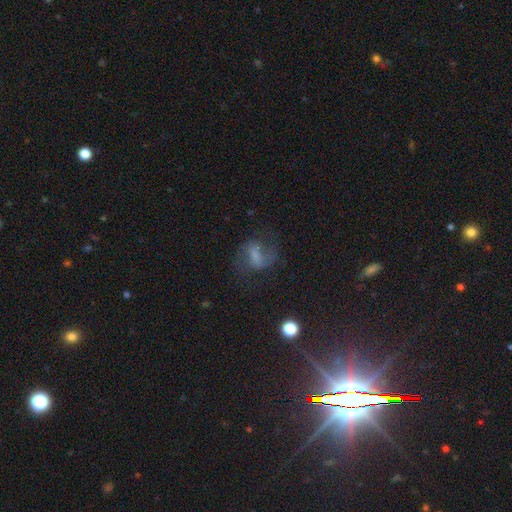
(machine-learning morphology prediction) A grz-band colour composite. It shows a featured or disk galaxy (54%) with a weak bar (44%), spiral arms (80%) and no central bulge (38%). Merging: none (56%).